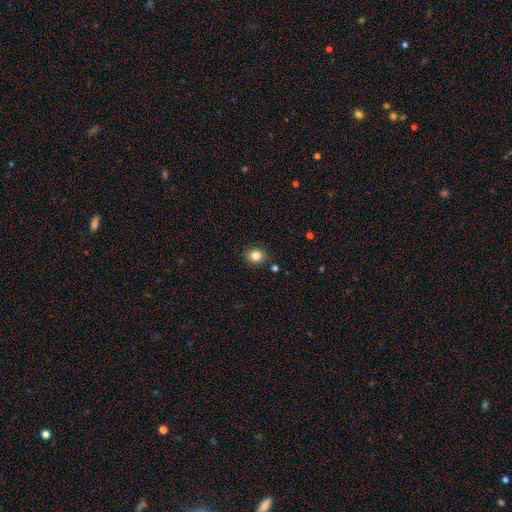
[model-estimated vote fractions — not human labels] Overall: smooth (83%). How rounded: round (78%). Merging: none (87%).